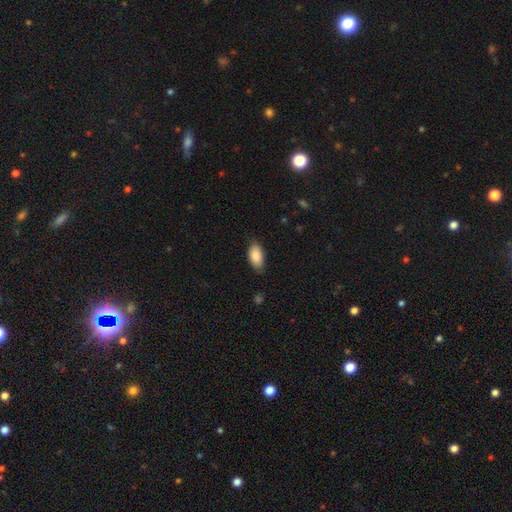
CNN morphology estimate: smooth-or-featured: smooth: 89% | star or artifact: 6% | featured or disk: 6%
  how-rounded: in between: 94% | cigar-shaped: 3% | round: 3%
  merging: none: 81% | minor disturbance: 16% | major disturbance: 3% | merger: 1%